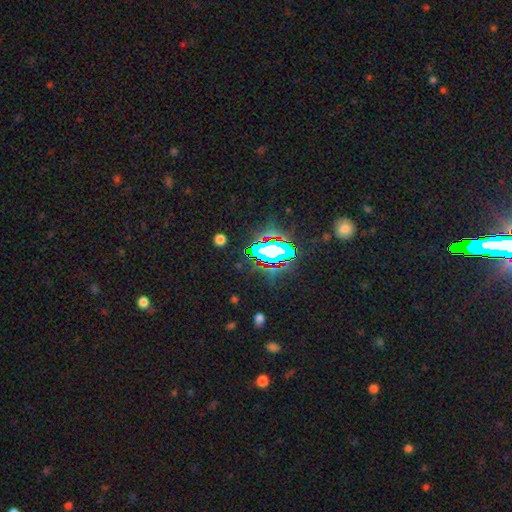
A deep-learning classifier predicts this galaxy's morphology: Overall: star or artifact (77%).